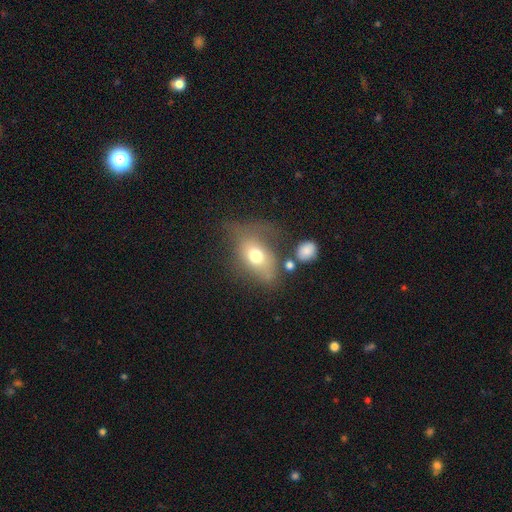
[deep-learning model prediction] A smooth galaxy with no disk features (65%) that is in between round and cigar-shaped (76%). Merging: major disturbance (35%).